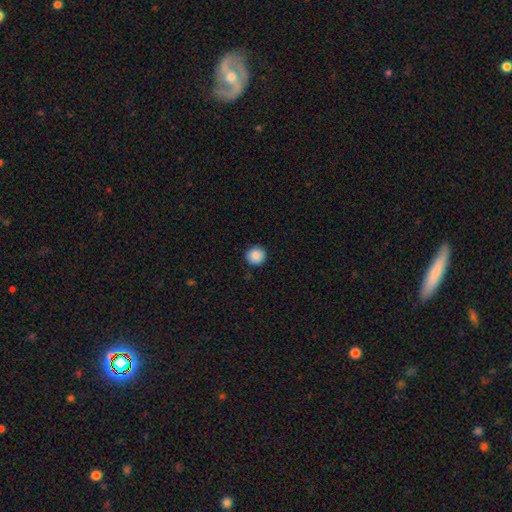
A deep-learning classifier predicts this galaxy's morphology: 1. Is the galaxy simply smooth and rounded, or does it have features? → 89% smooth, 9% star or artifact, 2% featured or disk.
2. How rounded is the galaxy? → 94% round, 5% in between, 1% cigar-shaped.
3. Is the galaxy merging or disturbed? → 92% none, 5% minor disturbance, 2% major disturbance, 1% merger.